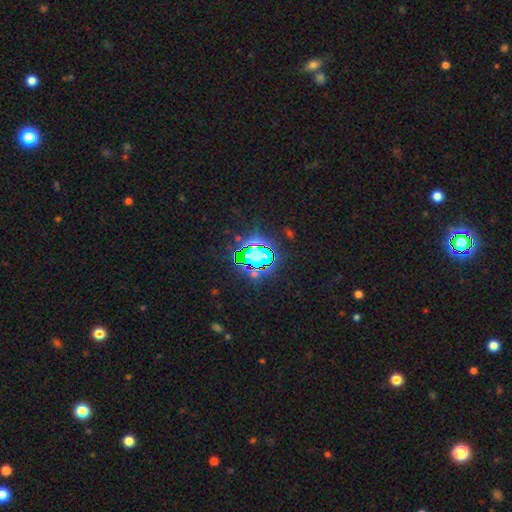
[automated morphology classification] smooth_or_featured: star or artifact (p=0.73) [alt: smooth p=0.16]